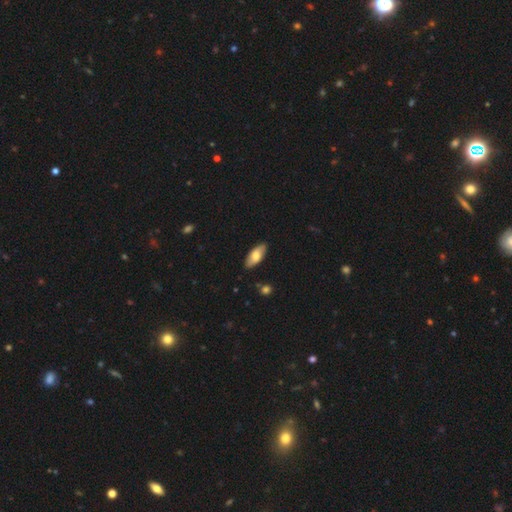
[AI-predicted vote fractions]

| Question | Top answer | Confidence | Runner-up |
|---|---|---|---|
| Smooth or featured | smooth | 68% | featured or disk (27%) |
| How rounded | in between | 86% | cigar-shaped (12%) |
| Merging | none | 85% | minor disturbance (11%) |